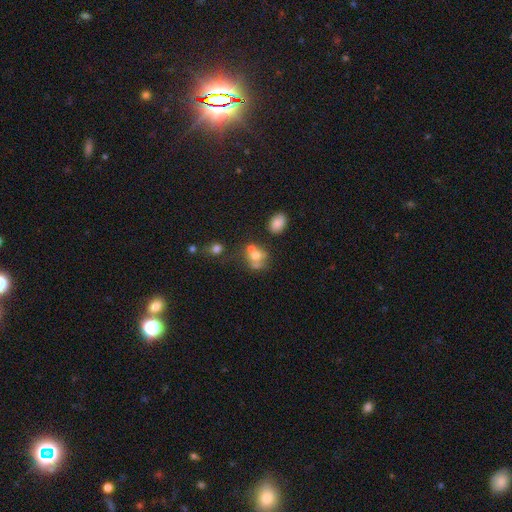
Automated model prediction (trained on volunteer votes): smooth_or_featured: smooth (p=0.60) [alt: featured or disk p=0.26]
how_rounded: round (p=0.60) [alt: in between p=0.38]
merging: merger (p=0.43) [alt: none p=0.33]